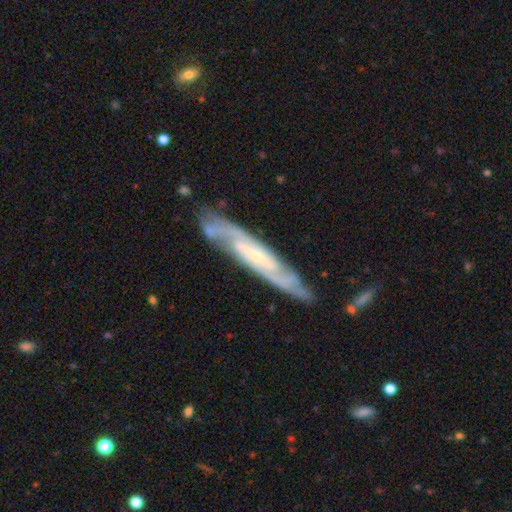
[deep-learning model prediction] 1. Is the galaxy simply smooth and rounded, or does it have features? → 83% featured or disk, 12% smooth, 5% star or artifact.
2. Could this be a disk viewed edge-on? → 67% no, 33% yes.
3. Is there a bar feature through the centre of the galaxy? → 48% no, 36% weak, 16% strong.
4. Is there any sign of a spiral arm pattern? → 95% yes, 5% no.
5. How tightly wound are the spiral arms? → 48% tight, 42% medium, 11% loose.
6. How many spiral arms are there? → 60% 2, 21% can't tell, 10% 3, 4% 4, 3% 1, 2% more than 4.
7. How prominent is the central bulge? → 73% small, 18% moderate, 6% none, 2% large, 1% dominant.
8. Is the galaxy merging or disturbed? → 79% none, 15% minor disturbance, 4% major disturbance, 3% merger.